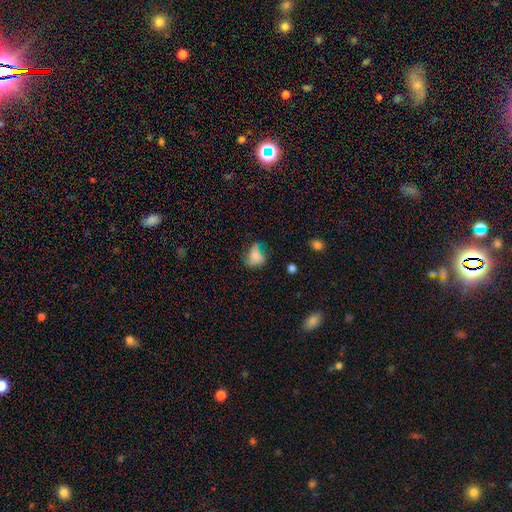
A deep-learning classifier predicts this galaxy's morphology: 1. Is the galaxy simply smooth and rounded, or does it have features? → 67% smooth, 22% featured or disk, 11% star or artifact.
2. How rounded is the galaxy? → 58% in between, 40% round, 2% cigar-shaped.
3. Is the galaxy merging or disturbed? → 44% none, 32% minor disturbance, 21% major disturbance, 3% merger.